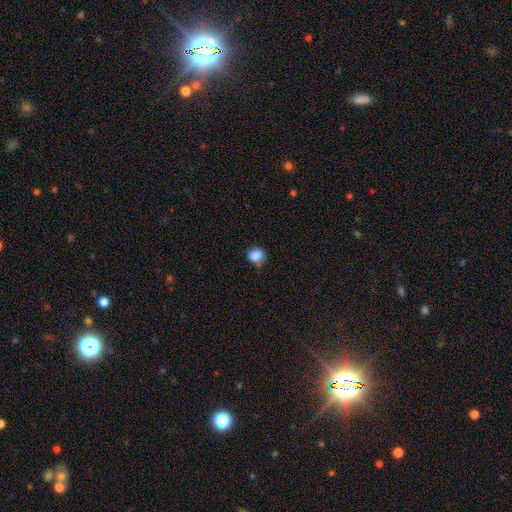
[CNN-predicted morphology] This is clearly a smooth galaxy (86%). How rounded: likely round (76%). Merging: likely none (67%).